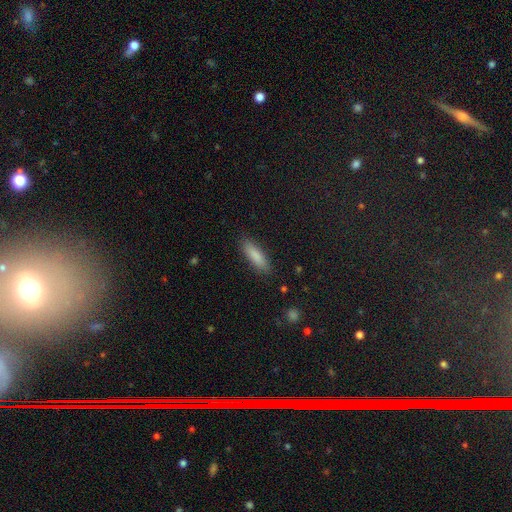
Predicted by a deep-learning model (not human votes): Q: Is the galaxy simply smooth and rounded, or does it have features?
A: smooth — 86%.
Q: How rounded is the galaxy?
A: cigar-shaped — 57%.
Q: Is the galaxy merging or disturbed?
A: none — 86%.